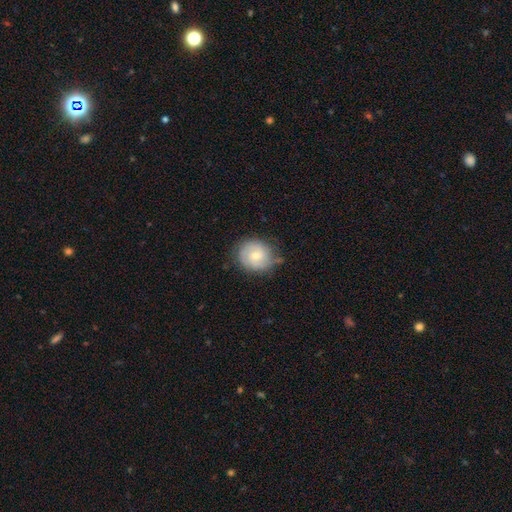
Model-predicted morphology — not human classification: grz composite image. It shows a smooth galaxy with no disk features (48%). Merging: none (68%).